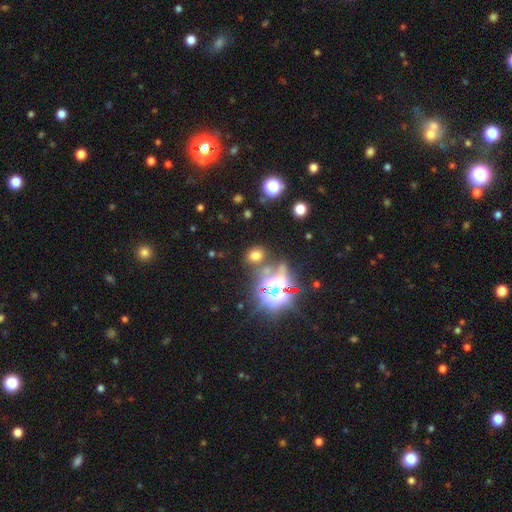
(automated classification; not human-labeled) Smooth or featured? Predicted: star or artifact (p=0.79).